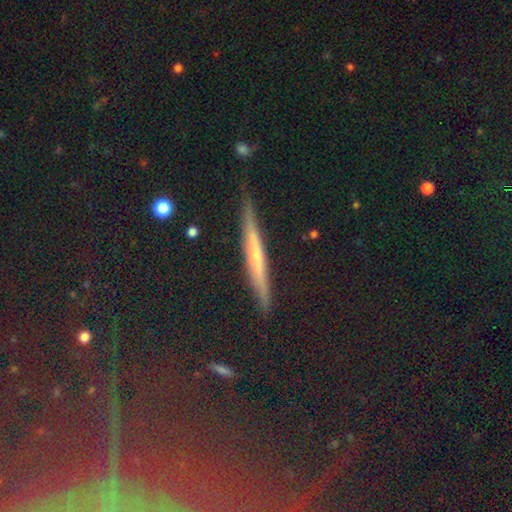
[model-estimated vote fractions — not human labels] featured or disk 38%, smooth 37%, star or artifact 25%. Down the decision tree: merging — none (85%).